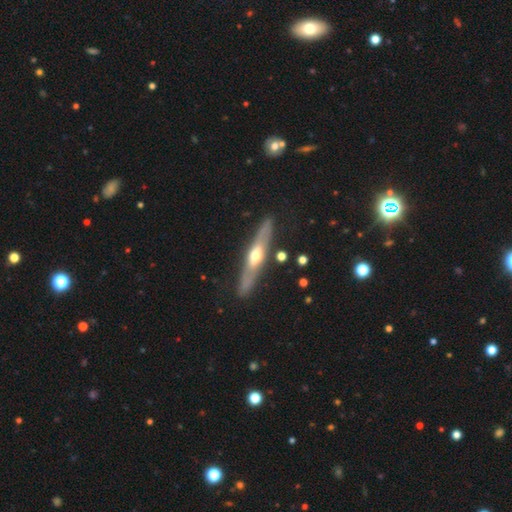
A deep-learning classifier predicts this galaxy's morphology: Smooth or featured: featured or disk — 67% (smooth — 28%)
Edge-on disk: yes — 84% (no — 16%)
Edge-on bulge: rounded — 86% (none — 9%)
Merging: none — 85% (minor disturbance — 10%)